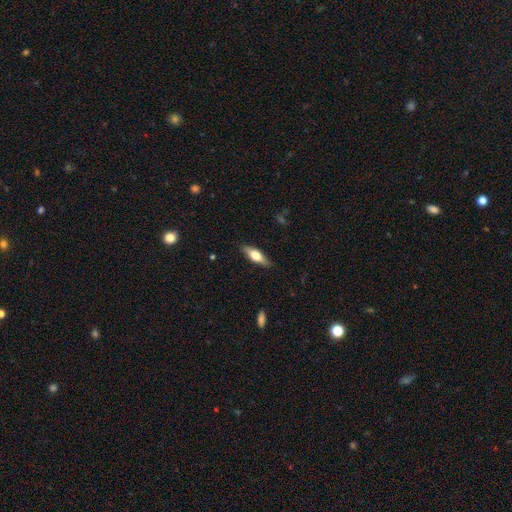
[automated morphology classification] Smooth or featured? Predicted: smooth (p=0.53). How rounded? Predicted: in between (p=0.57). Merging? Predicted: none (p=0.86).